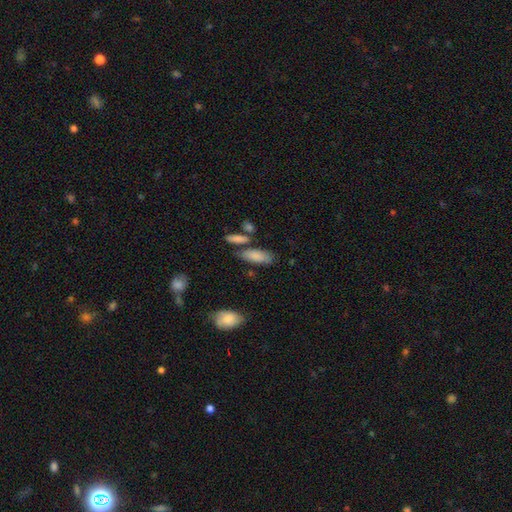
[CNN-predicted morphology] A smooth galaxy with no disk features (82%) that is in between round and cigar-shaped (75%).

Vote fractions:
- Smooth or featured? smooth: 82% / featured or disk: 11% / star or artifact: 7%
- How rounded? in between: 75% / cigar-shaped: 23% / round: 3%
- Merging? none: 62% / minor disturbance: 18% / merger: 13% / major disturbance: 6%